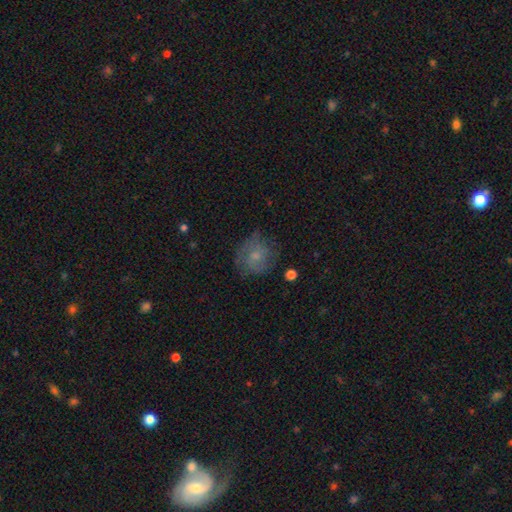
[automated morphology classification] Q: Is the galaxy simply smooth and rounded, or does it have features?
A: smooth — 63%.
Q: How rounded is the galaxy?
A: round — 82%.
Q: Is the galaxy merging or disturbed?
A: none — 67%.